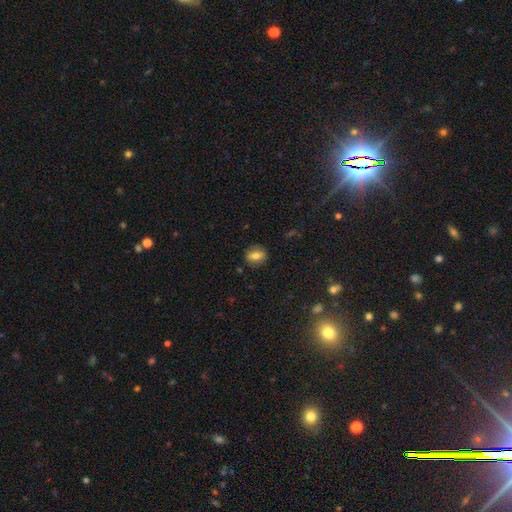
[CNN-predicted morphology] Smooth or featured? smooth (64%)
How rounded? round (53%)
Merging? none (86%)